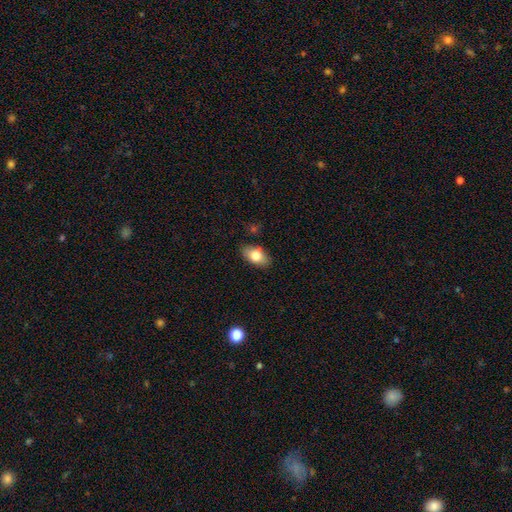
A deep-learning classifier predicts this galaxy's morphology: The model was most divided on "smooth or featured": smooth: 79%, featured or disk: 14%, star or artifact: 7%. More confident: how rounded — in between (91%); merging — none (83%).